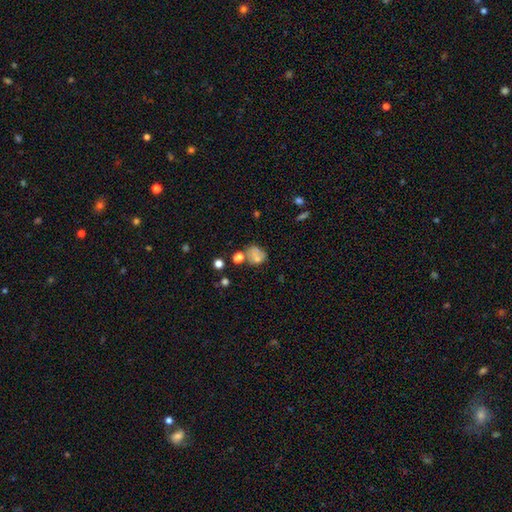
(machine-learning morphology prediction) Overall: smooth (65%). How rounded: round (52%; in between 46%). Merging: none (40%; merger 25%).